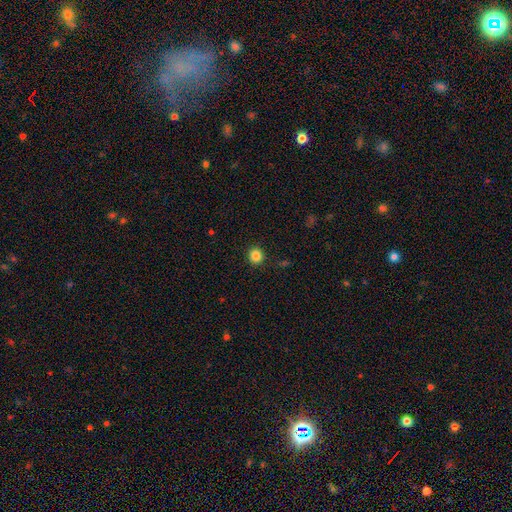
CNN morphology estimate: Q: Smooth or featured?
A: smooth (85%); runner-up: star or artifact (11%)
Q: How rounded?
A: round (90%); runner-up: in between (9%)
Q: Merging?
A: none (91%); runner-up: minor disturbance (6%)